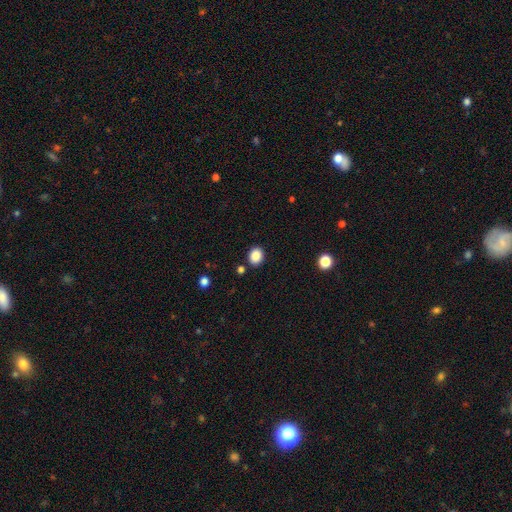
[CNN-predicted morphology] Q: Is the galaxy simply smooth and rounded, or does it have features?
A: smooth — 87%.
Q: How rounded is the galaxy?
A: round — 55%.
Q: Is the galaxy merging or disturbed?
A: none — 86%.